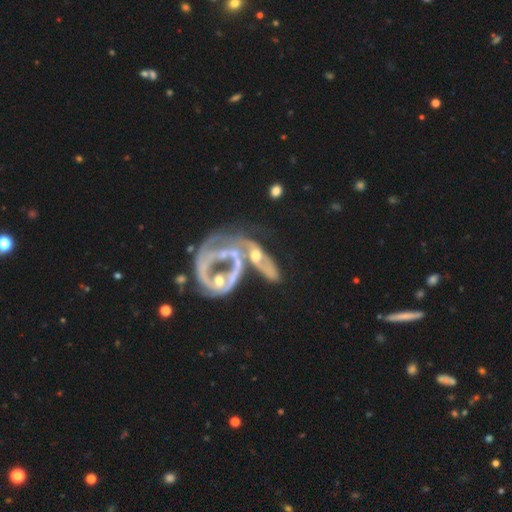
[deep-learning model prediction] smooth_or_featured: featured or disk (p=0.72) [alt: smooth p=0.17]
disk_edge_on: no (p=0.96) [alt: yes p=0.04]
bar: no (p=0.77) [alt: weak p=0.16]
has_spiral_arms: no (p=0.61) [alt: yes p=0.39]
bulge_size: moderate (p=0.38) [alt: none p=0.30]
merging: merger (p=0.56) [alt: major disturbance p=0.27]